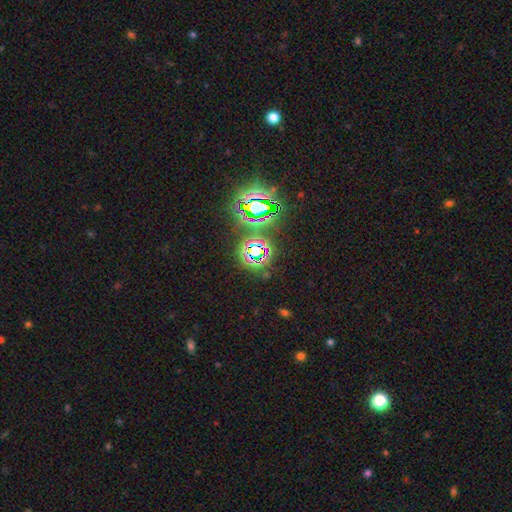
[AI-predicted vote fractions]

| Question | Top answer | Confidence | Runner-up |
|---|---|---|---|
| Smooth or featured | star or artifact | 75% | smooth (16%) |